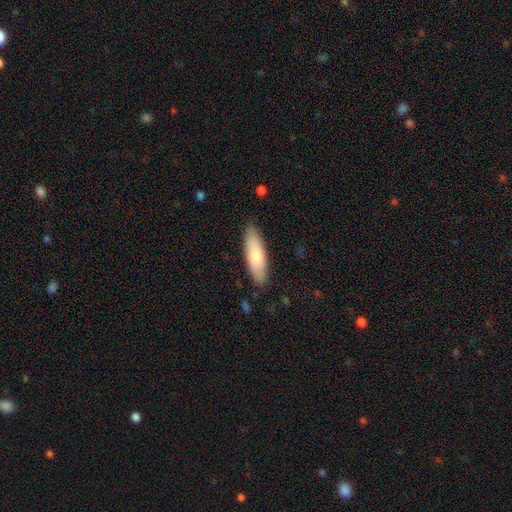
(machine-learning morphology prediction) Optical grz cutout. It shows a smooth galaxy with no disk features (79%) that is in between round and cigar-shaped (50%). Merging: none (85%).